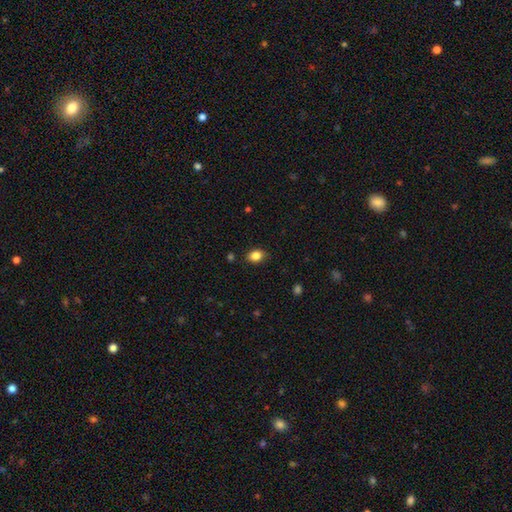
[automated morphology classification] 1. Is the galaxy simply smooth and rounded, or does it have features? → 85% smooth, 10% star or artifact, 5% featured or disk.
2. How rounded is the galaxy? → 69% in between, 30% round, 1% cigar-shaped.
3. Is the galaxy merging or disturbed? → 86% none, 10% minor disturbance, 3% major disturbance, 1% merger.